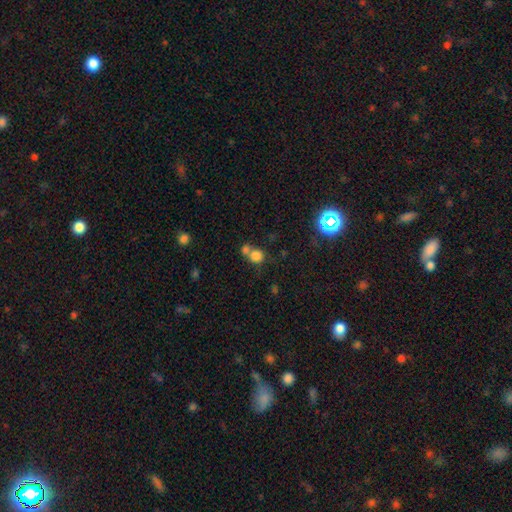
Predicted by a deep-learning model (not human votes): Morphology: type=smooth (78%); roundness=round (81%); merging=merger (46%).